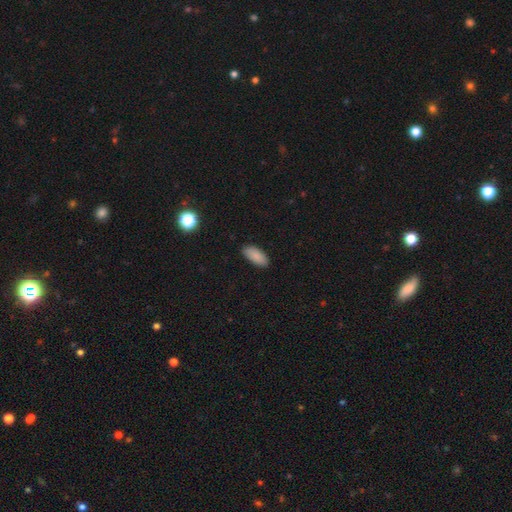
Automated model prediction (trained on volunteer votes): Smooth or featured?
  - smooth: 88% *
  - star or artifact: 7%
  - featured or disk: 5%
How rounded?
  - in between: 88% *
  - cigar-shaped: 10%
  - round: 2%
Merging?
  - none: 88% *
  - minor disturbance: 9%
  - major disturbance: 2%
  - merger: 1%